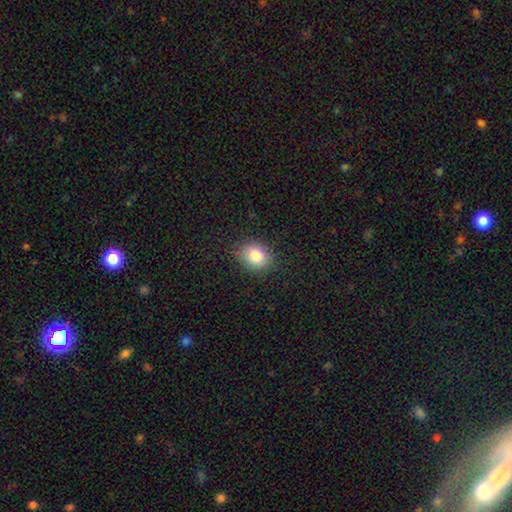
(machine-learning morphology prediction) smooth 82%, star or artifact 10%, featured or disk 8%. Down the decision tree: how rounded — in between (56%); merging — none (84%).